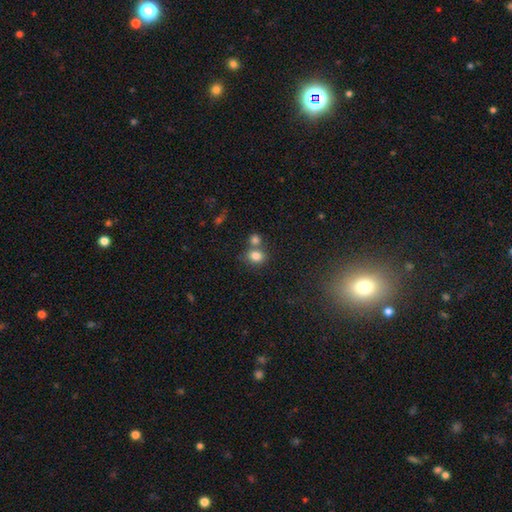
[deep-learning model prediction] Overall: smooth (81%). How rounded: round (54%; in between 45%). Merging: none (49%; merger 37%).